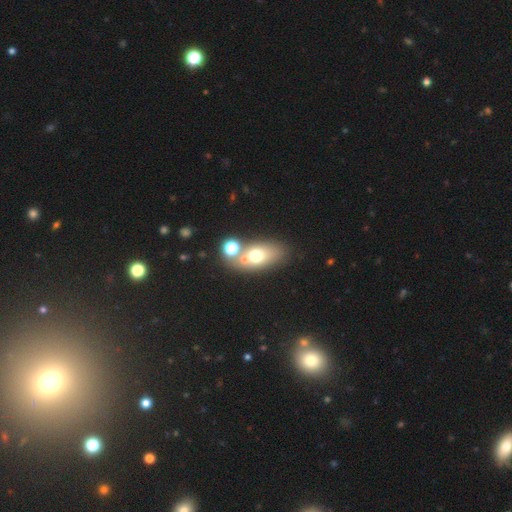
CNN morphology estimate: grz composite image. It shows a smooth galaxy with no disk features (61%) that is in between round and cigar-shaped (74%). Merging: none (54%).